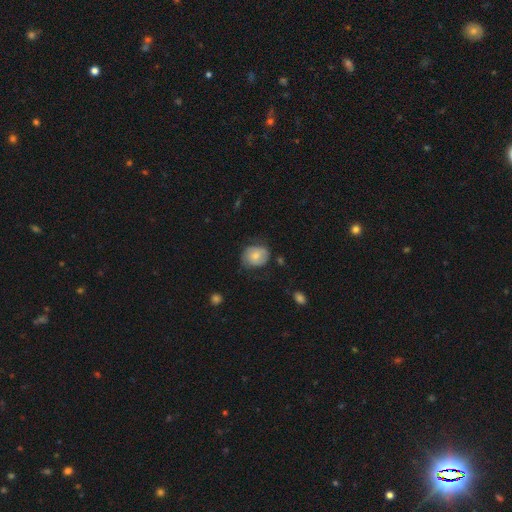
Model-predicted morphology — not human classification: A smooth galaxy with no disk features (65%) that is round (61%).

Vote fractions:
- Smooth or featured? smooth: 65% / featured or disk: 28% / star or artifact: 7%
- How rounded? round: 61% / in between: 38% / cigar-shaped: 1%
- Merging? none: 60% / minor disturbance: 28% / major disturbance: 11% / merger: 2%